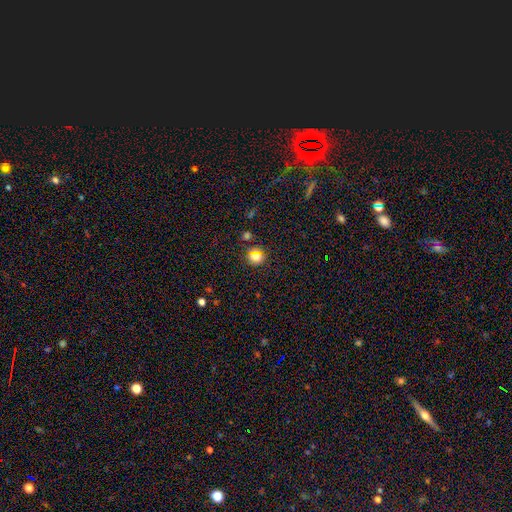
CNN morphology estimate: This appears to be a smooth galaxy with no disk features (65%) that is round (88%). Merging: none (84%).